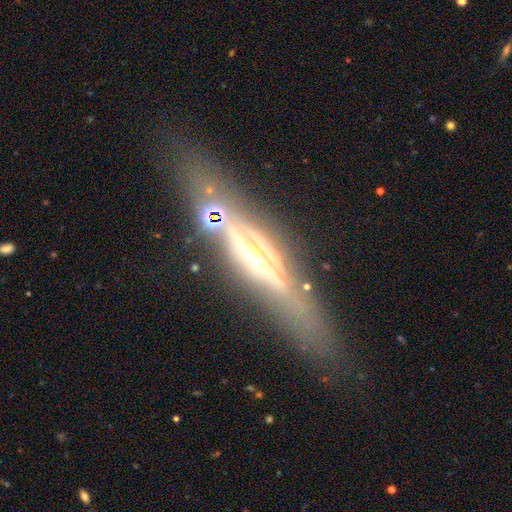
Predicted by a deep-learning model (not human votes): Overall: featured or disk (82%). Edge-on disk: yes (86%). Edge-on bulge: rounded (79%). Merging: none (76%).